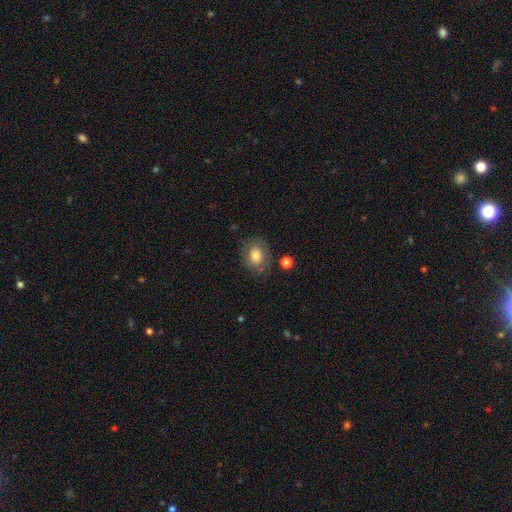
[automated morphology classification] Smooth or featured? smooth (79%)
How rounded? round (56%)
Merging? none (76%)